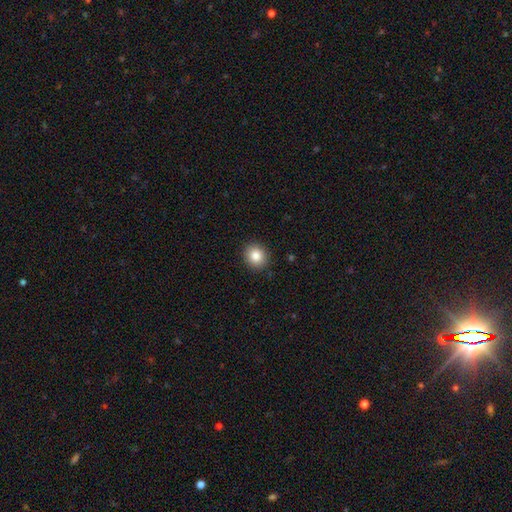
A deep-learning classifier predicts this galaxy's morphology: This appears to be a smooth galaxy with no disk features (85%) that is round (81%). Merging: none (91%).